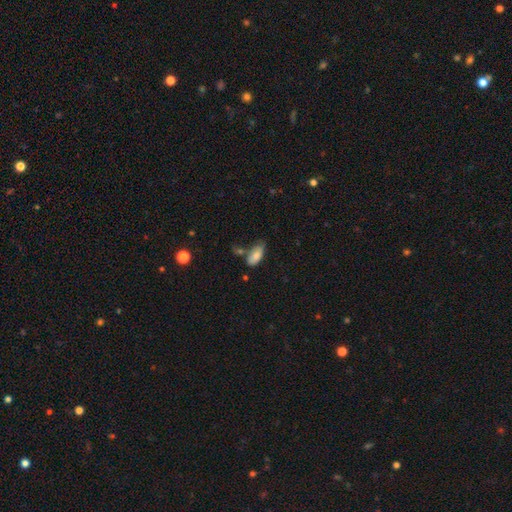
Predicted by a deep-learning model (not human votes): A smooth galaxy with no disk features (80%) that is in between round and cigar-shaped (87%). Merging: none (49%).